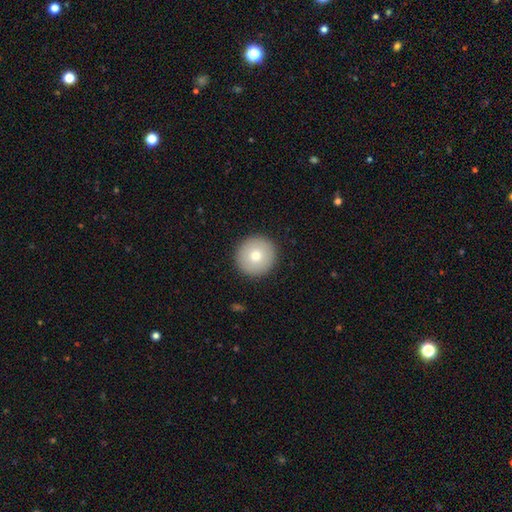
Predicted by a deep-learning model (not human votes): smooth-or-featured: smooth: 76% | featured or disk: 16% | star or artifact: 8%
  how-rounded: round: 96% | in between: 3% | cigar-shaped: 1%
  merging: none: 93% | minor disturbance: 4% | major disturbance: 2% | merger: 1%